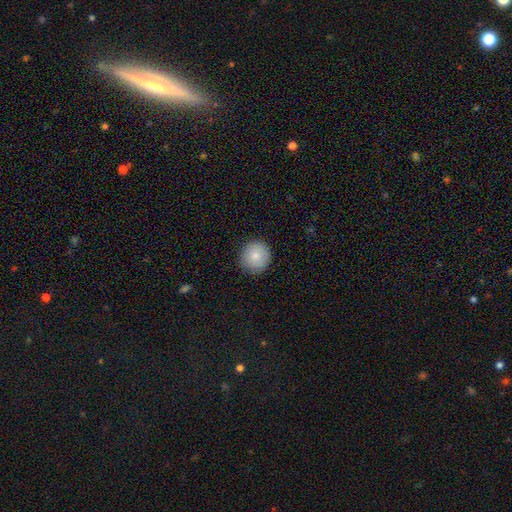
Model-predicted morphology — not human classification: A smooth galaxy with no disk features (83%) that is round (92%). Merging: none (88%).